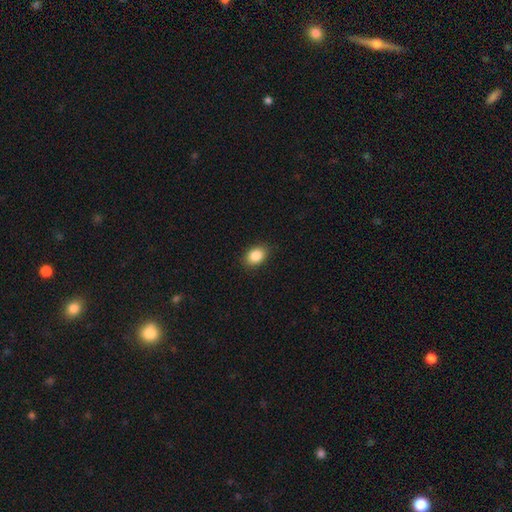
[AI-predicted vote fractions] smooth_or_featured: smooth (p=0.87) [alt: star or artifact p=0.08]
how_rounded: in between (p=0.75) [alt: round p=0.23]
merging: none (p=0.87) [alt: minor disturbance p=0.10]